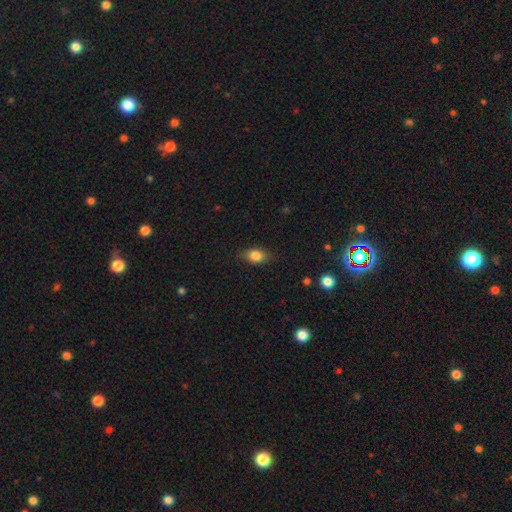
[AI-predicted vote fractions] A smooth galaxy with no disk features (81%) that is in between round and cigar-shaped (78%). Merging: none (81%).